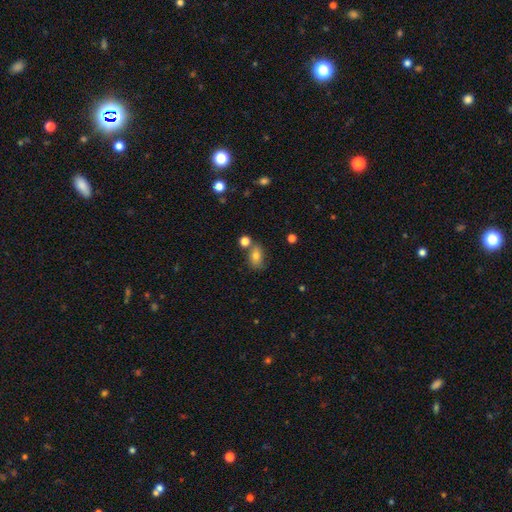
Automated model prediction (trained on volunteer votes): Overall: smooth (77%). How rounded: in between (79%). Merging: none (64%).